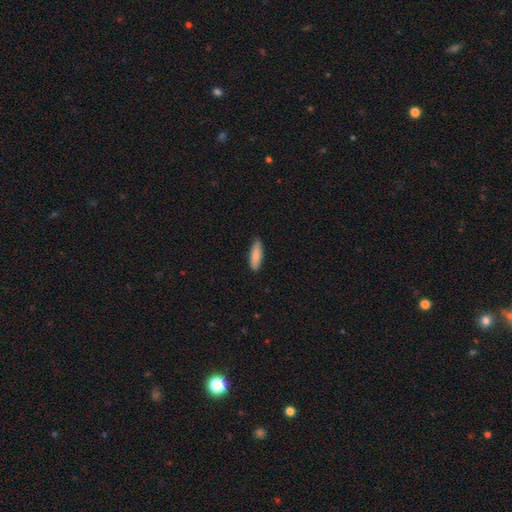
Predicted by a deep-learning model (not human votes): smooth-or-featured: smooth: 85% | featured or disk: 9% | star or artifact: 6%
  how-rounded: in between: 54% | cigar-shaped: 44% | round: 2%
  merging: none: 84% | minor disturbance: 13% | major disturbance: 2% | merger: 1%